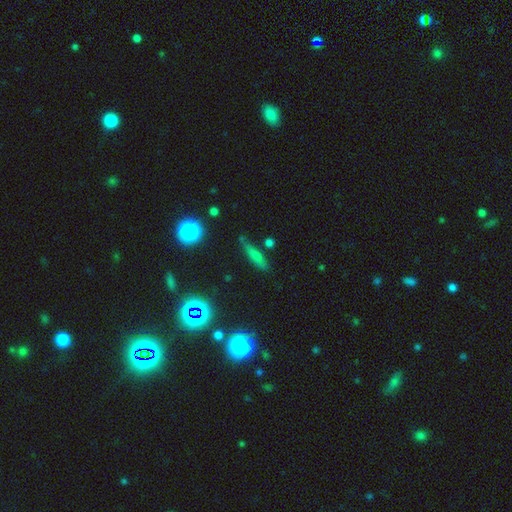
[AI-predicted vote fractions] Q: Smooth or featured?
A: smooth (63%); runner-up: featured or disk (20%)
Q: How rounded?
A: cigar-shaped (76%); runner-up: in between (20%)
Q: Merging?
A: none (73%); runner-up: minor disturbance (18%)